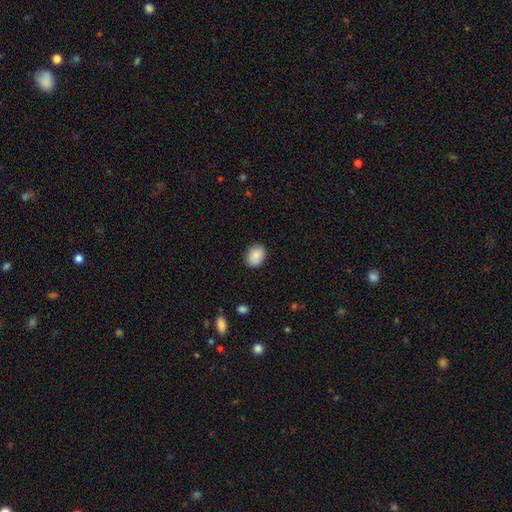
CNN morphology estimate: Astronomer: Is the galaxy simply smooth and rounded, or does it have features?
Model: smooth — 85%.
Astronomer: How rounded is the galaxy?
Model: in between — 59% (runner-up: round, 40%).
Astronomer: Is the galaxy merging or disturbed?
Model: none — 87%.